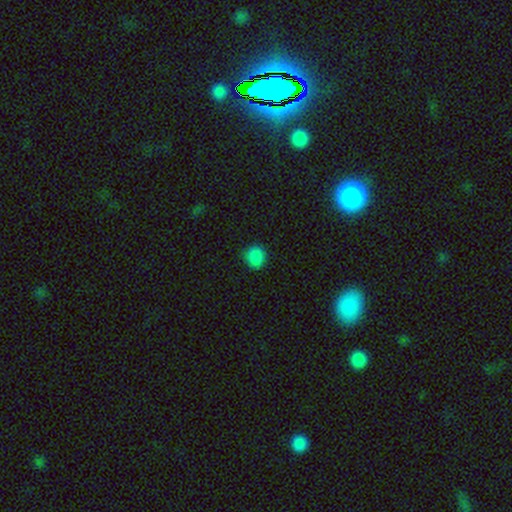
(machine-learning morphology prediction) Overall: smooth (86%). How rounded: round (82%). Merging: none (87%).